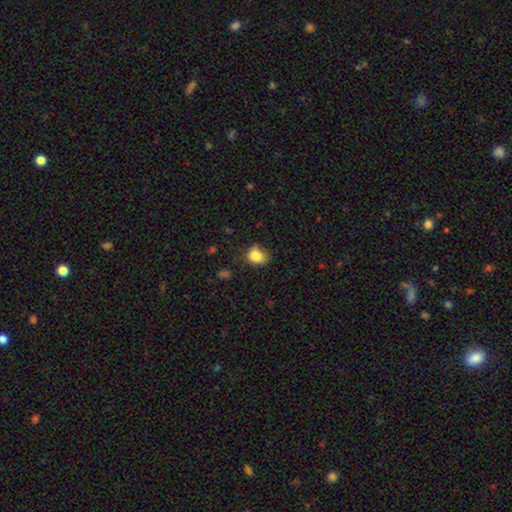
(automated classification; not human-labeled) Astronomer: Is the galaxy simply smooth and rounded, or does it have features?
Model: smooth — 84%.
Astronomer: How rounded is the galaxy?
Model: in between — 56% (runner-up: round, 43%).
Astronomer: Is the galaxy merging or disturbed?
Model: none — 56% (runner-up: minor disturbance, 32%).